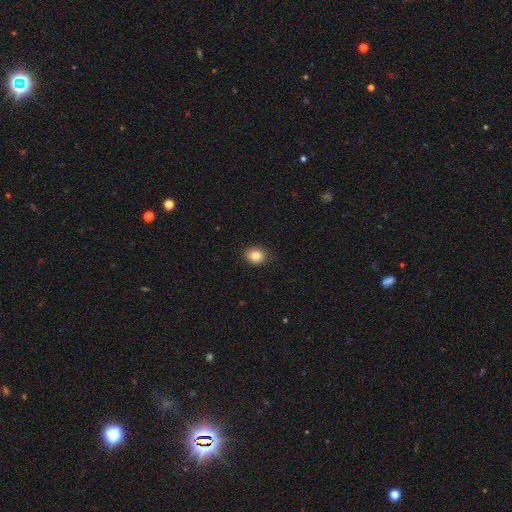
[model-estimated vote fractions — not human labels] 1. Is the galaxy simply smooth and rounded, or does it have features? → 84% smooth, 10% star or artifact, 6% featured or disk.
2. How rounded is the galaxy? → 60% round, 39% in between, 1% cigar-shaped.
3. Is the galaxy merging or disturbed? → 87% none, 10% minor disturbance, 2% major disturbance, 1% merger.